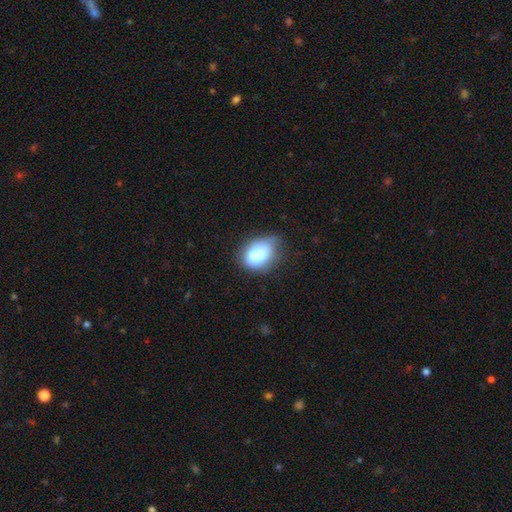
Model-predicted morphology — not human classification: smooth 74%, featured or disk 16%, star or artifact 9%. Down the decision tree: how rounded — in between (71%); merging — none (41%).